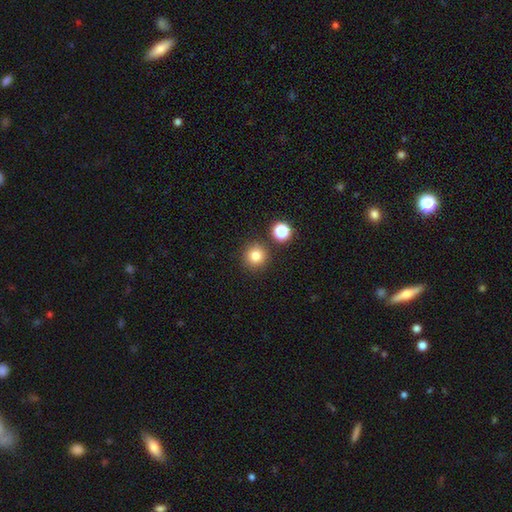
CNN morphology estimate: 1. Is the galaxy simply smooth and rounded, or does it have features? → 81% smooth, 13% star or artifact, 6% featured or disk.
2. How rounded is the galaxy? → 94% round, 5% in between, 1% cigar-shaped.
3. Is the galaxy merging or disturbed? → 85% none, 6% minor disturbance, 6% merger, 2% major disturbance.